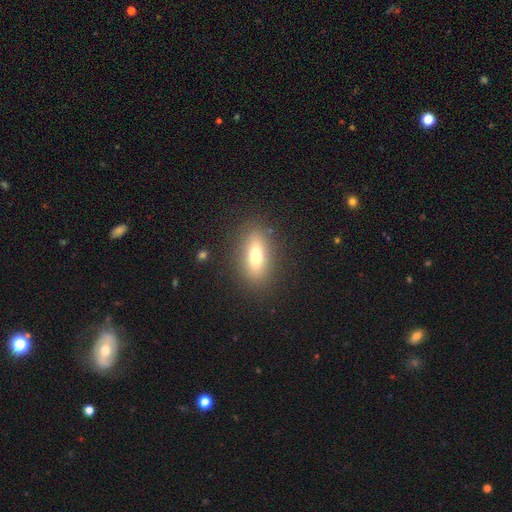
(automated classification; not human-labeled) This is likely a smooth galaxy (67%). How rounded: likely in between (74%). Merging: clearly none (86%).